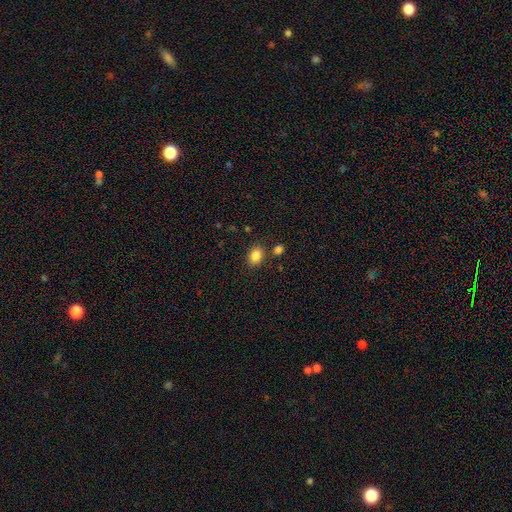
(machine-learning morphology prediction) smooth 85%, star or artifact 10%, featured or disk 5%. Down the decision tree: how rounded — in between (66%); merging — none (79%).